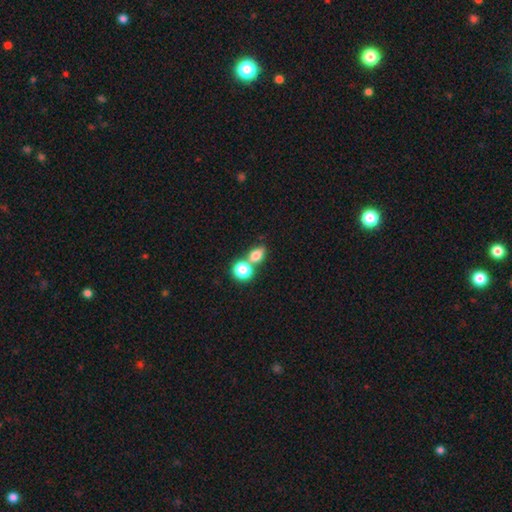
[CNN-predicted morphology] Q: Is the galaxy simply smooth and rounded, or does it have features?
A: smooth — 78%.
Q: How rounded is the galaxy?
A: in between — 60%.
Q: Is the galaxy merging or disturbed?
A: merger — 45%.